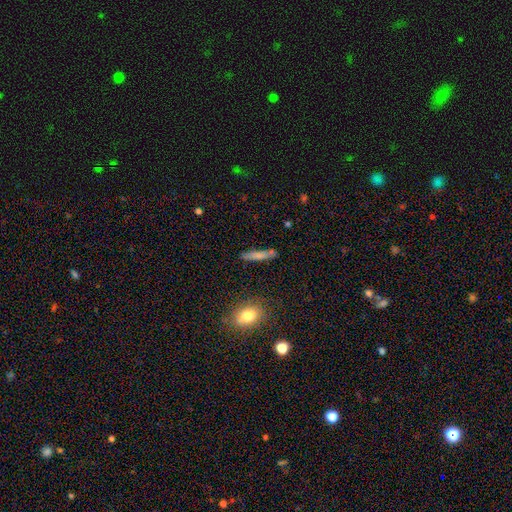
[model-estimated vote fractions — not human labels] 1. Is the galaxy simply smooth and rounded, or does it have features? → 64% smooth, 24% featured or disk, 12% star or artifact.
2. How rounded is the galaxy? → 87% cigar-shaped, 10% in between, 3% round.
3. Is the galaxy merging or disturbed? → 82% none, 12% minor disturbance, 3% merger, 3% major disturbance.